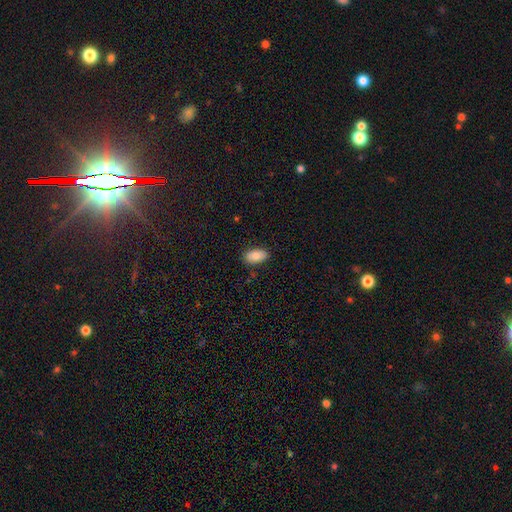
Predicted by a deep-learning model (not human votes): Smooth or featured? smooth (83%)
How rounded? in between (93%)
Merging? none (85%)